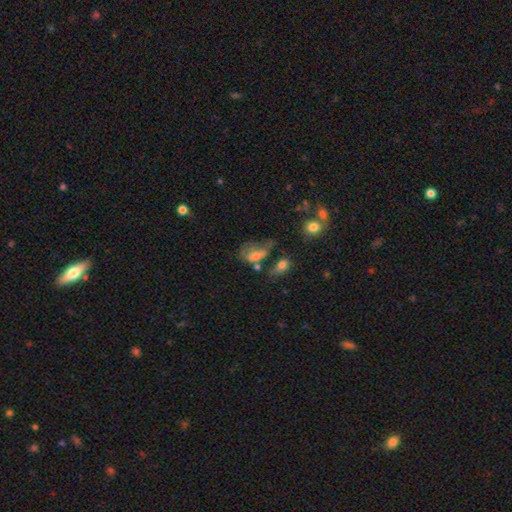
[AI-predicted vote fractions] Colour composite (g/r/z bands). It shows a smooth galaxy with no disk features (58%) that is in between round and cigar-shaped (82%). Merging: major disturbance (33%).